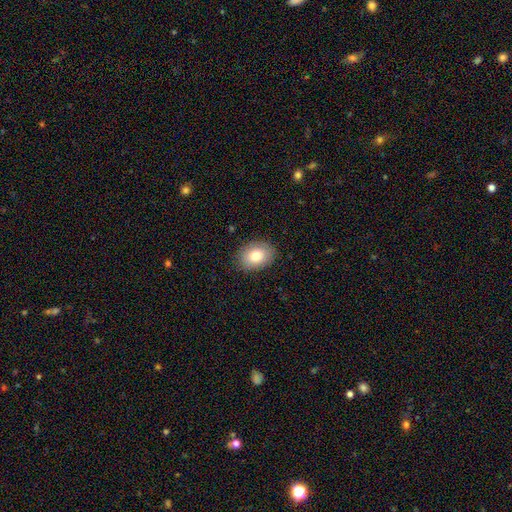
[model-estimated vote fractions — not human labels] Smooth or featured?
  - smooth: 79% *
  - featured or disk: 13%
  - star or artifact: 9%
How rounded?
  - in between: 68% *
  - round: 31%
  - cigar-shaped: 1%
Merging?
  - none: 87% *
  - minor disturbance: 9%
  - major disturbance: 2%
  - merger: 1%